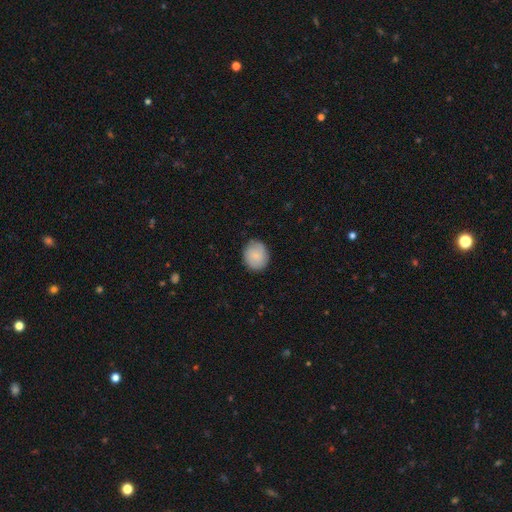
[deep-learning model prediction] This appears to be a smooth galaxy with no disk features (84%) that is round (64%). Merging: none (85%).